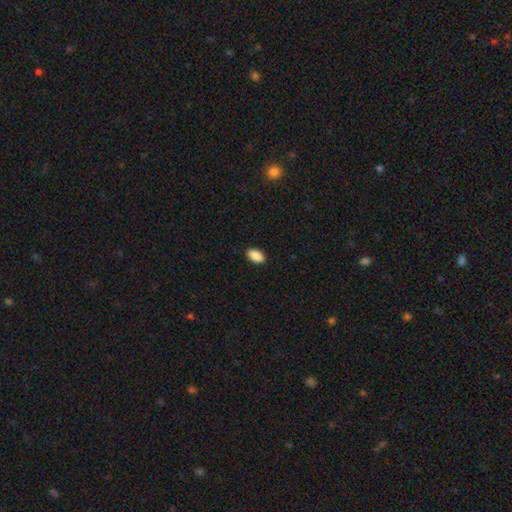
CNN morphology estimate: A smooth galaxy with no disk features (90%) that is in between round and cigar-shaped (94%).

Vote fractions:
- Smooth or featured? smooth: 90% / star or artifact: 7% / featured or disk: 3%
- How rounded? in between: 94% / round: 4% / cigar-shaped: 2%
- Merging? none: 90% / minor disturbance: 7% / major disturbance: 2% / merger: 1%